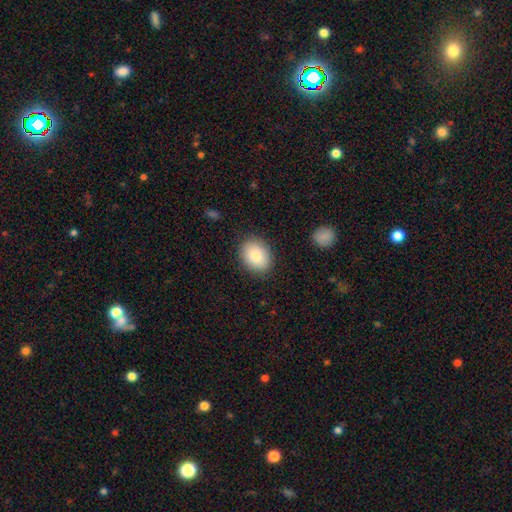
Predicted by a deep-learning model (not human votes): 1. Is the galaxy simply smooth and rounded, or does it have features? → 83% smooth, 10% featured or disk, 8% star or artifact.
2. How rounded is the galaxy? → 58% in between, 41% round, 1% cigar-shaped.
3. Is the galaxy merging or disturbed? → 86% none, 10% minor disturbance, 3% major disturbance, 1% merger.